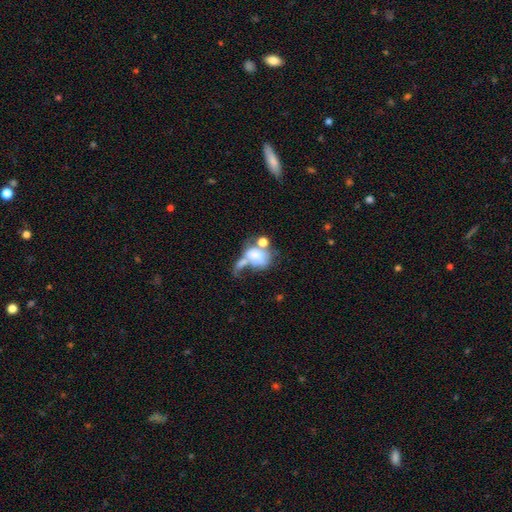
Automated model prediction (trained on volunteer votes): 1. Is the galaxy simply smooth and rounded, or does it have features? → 53% smooth, 36% featured or disk, 12% star or artifact.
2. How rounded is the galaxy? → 71% in between, 27% round, 2% cigar-shaped.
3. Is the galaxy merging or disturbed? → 47% merger, 31% major disturbance, 12% none, 10% minor disturbance.